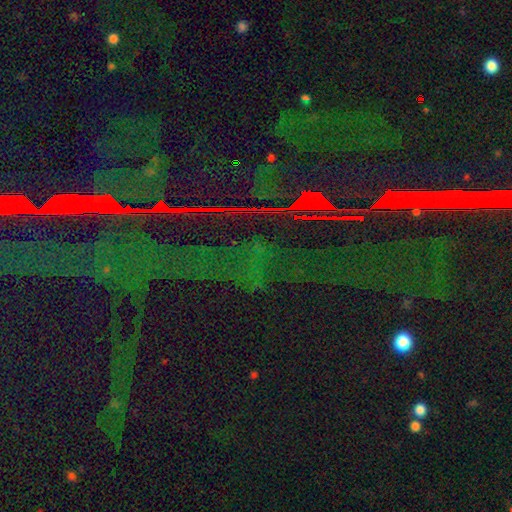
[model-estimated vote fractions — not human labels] A star or artifact, not a galaxy (84%).